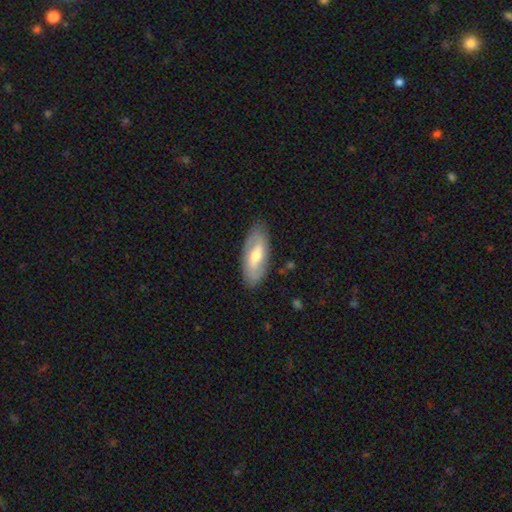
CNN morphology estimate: A featured or disk galaxy (52%).

Vote fractions:
- Smooth or featured? featured or disk: 52% / smooth: 43% / star or artifact: 5%
- Edge-on disk? no: 85% / yes: 15%
- Merging? none: 83% / minor disturbance: 13% / major disturbance: 3% / merger: 1%